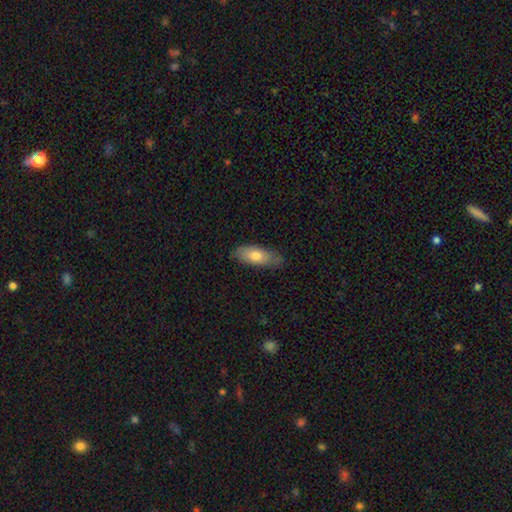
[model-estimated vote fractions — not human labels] Q: Smooth or featured?
A: smooth (74%); runner-up: featured or disk (20%)
Q: How rounded?
A: in between (75%); runner-up: cigar-shaped (22%)
Q: Merging?
A: none (77%); runner-up: minor disturbance (19%)